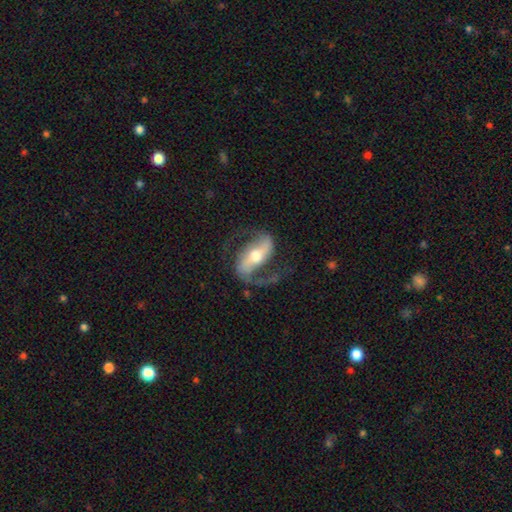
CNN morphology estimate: Smooth or featured? featured or disk (88%)
Edge-on disk? no (95%)
Bar? strong (50%)
Spiral arms? yes (96%)
Spiral winding? loose (48%)
Spiral arm count? 2 (92%)
Bulge size? moderate (68%)
Merging? none (73%)